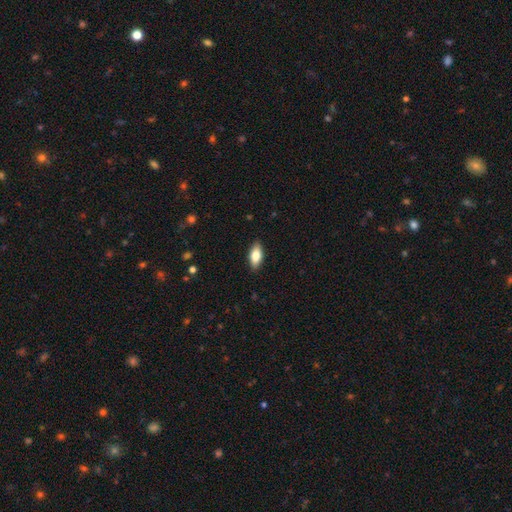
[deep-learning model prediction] Smooth or featured? smooth (78%)
How rounded? in between (86%)
Merging? none (89%)